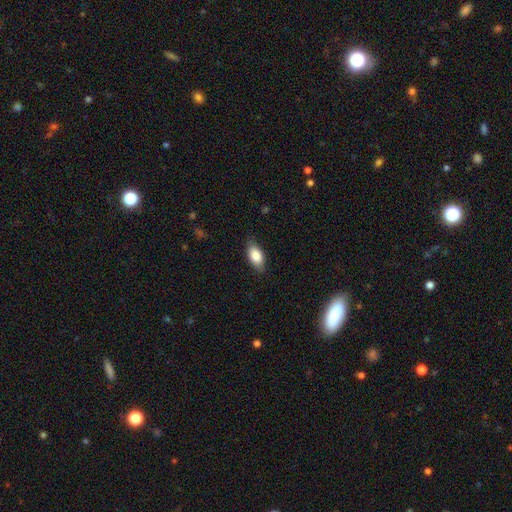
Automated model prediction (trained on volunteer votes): smooth-or-featured: smooth: 84% | featured or disk: 9% | star or artifact: 7%
  how-rounded: in between: 89% | cigar-shaped: 7% | round: 4%
  merging: none: 81% | minor disturbance: 15% | major disturbance: 3% | merger: 1%